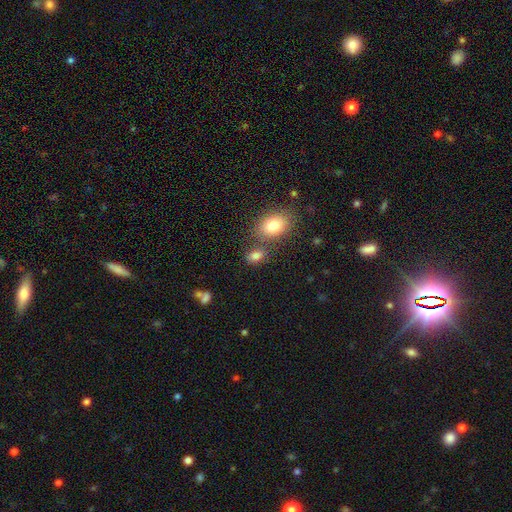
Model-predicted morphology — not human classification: Smooth or featured? Predicted: smooth (p=0.81). How rounded? Predicted: in between (p=0.81). Merging? Predicted: none (p=0.62).